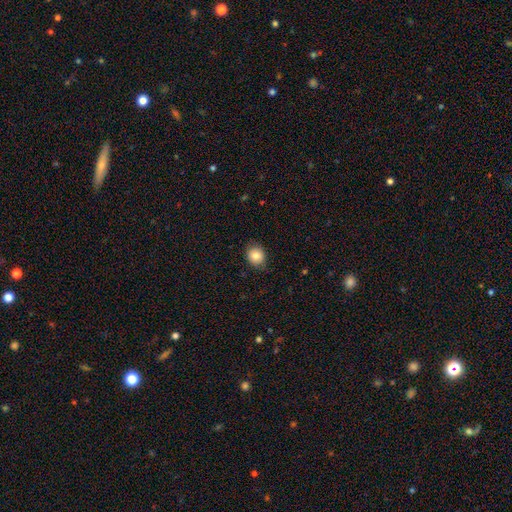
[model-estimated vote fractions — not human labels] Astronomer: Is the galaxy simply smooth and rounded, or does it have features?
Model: smooth — 82%.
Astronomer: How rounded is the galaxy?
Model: round — 70%.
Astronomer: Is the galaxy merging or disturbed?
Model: none — 81%.